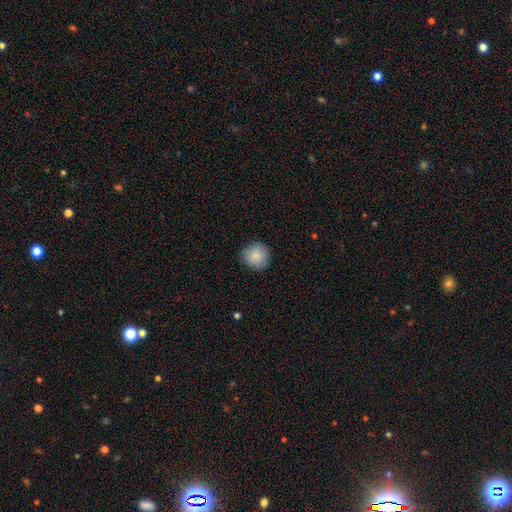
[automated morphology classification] Smooth or featured? Predicted: smooth (p=0.86). How rounded? Predicted: round (p=0.94). Merging? Predicted: none (p=0.88).